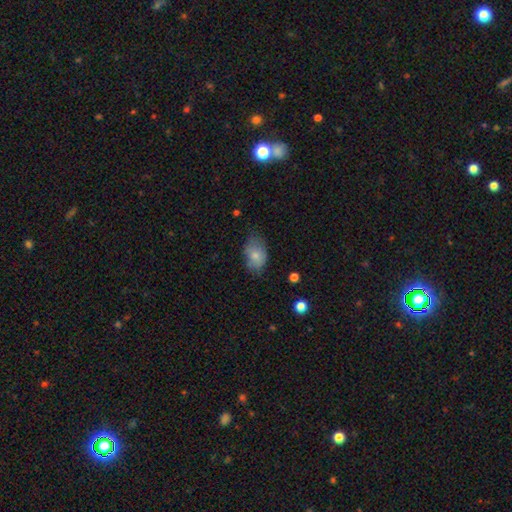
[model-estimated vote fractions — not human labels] This is likely a smooth galaxy (78%). How rounded: clearly in between (87%). Merging: possibly none (54%).